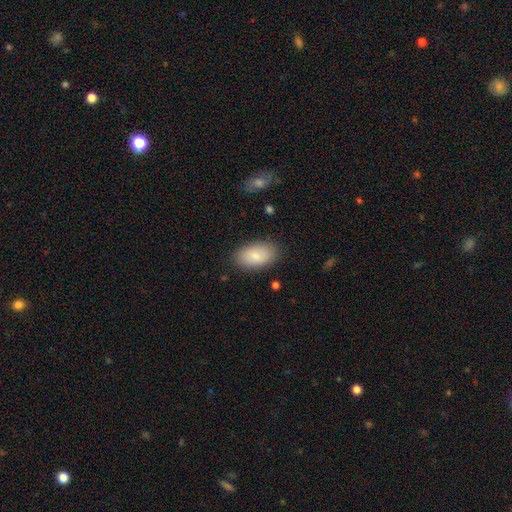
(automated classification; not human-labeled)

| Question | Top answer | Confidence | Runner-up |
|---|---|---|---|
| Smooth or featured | smooth | 84% | featured or disk (10%) |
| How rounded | in between | 94% | round (4%) |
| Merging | none | 85% | minor disturbance (11%) |